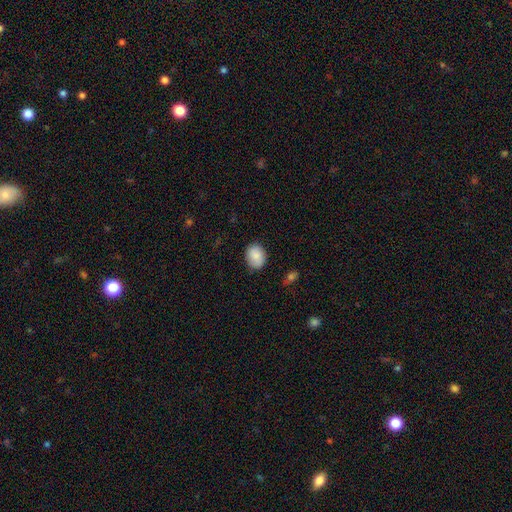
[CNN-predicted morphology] The model was most divided on "how rounded": in between: 60%, round: 39%, cigar-shaped: 1%. More confident: smooth or featured — smooth (85%); merging — none (80%).